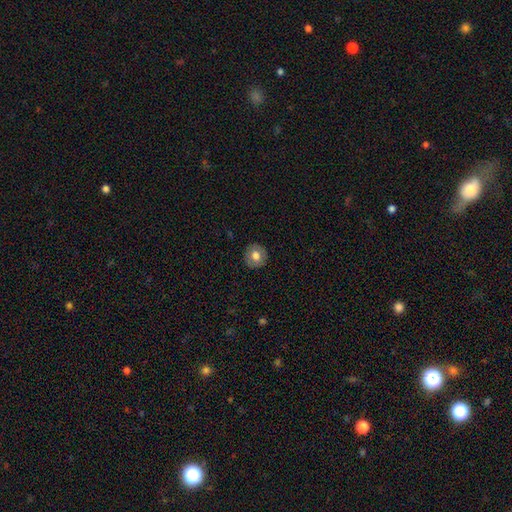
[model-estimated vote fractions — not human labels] Smooth or featured?
  - smooth: 71% *
  - featured or disk: 22%
  - star or artifact: 8%
How rounded?
  - round: 89% *
  - in between: 10%
  - cigar-shaped: 1%
Merging?
  - none: 89% *
  - minor disturbance: 8%
  - major disturbance: 2%
  - merger: 1%